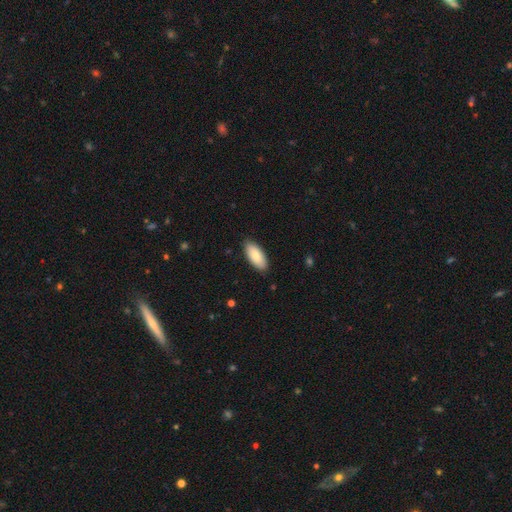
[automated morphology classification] smooth 85%, featured or disk 9%, star or artifact 6%. Down the decision tree: how rounded — in between (89%); merging — none (87%).